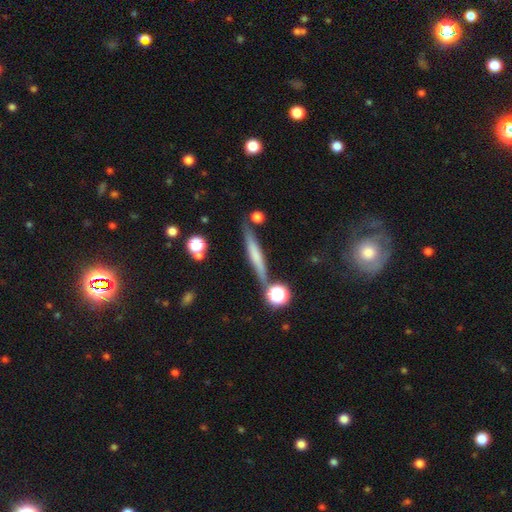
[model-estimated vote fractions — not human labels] Smooth or featured?
  - smooth: 46% *
  - featured or disk: 44%
  - star or artifact: 9%
Merging?
  - none: 79% *
  - minor disturbance: 12%
  - merger: 6%
  - major disturbance: 3%